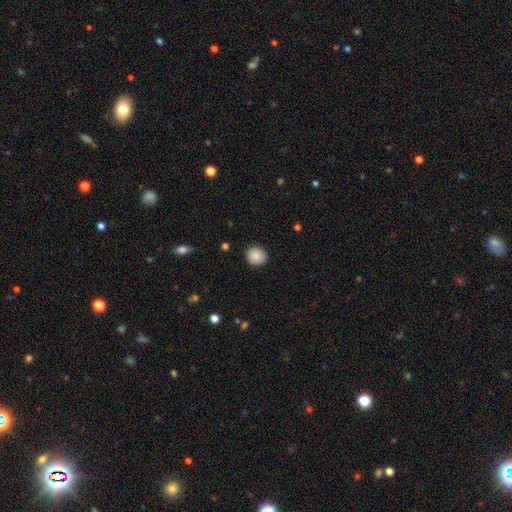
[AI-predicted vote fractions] Smooth or featured?
  - smooth: 87% *
  - star or artifact: 8%
  - featured or disk: 5%
How rounded?
  - round: 86% *
  - in between: 13%
  - cigar-shaped: 1%
Merging?
  - none: 89% *
  - minor disturbance: 8%
  - major disturbance: 2%
  - merger: 1%